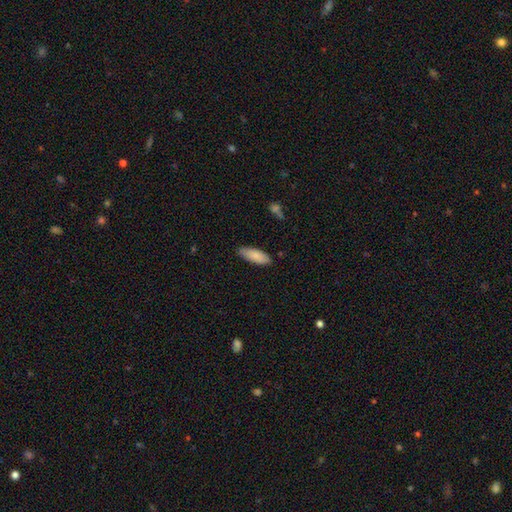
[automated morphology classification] Smooth or featured?
  - smooth: 85% *
  - featured or disk: 9%
  - star or artifact: 6%
How rounded?
  - in between: 72% *
  - cigar-shaped: 27%
  - round: 2%
Merging?
  - none: 83% *
  - minor disturbance: 14%
  - major disturbance: 2%
  - merger: 1%